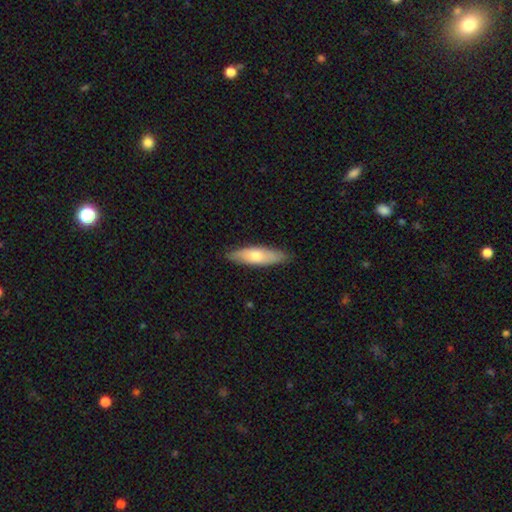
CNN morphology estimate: The model was most divided on "how rounded": cigar-shaped: 54%, in between: 44%, round: 2%. More confident: merging — none (86%); smooth or featured — smooth (63%).